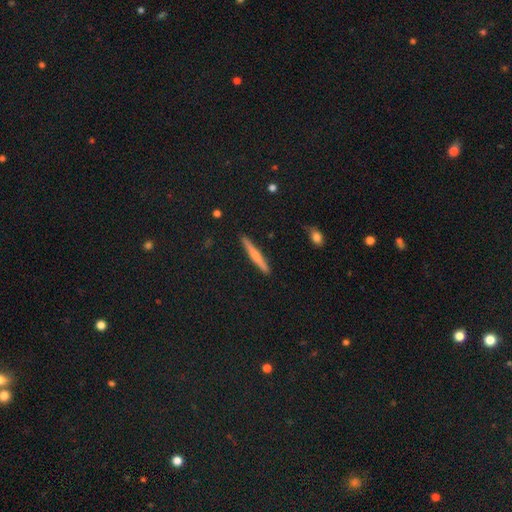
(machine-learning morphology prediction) smooth_or_featured: smooth (p=0.52) [alt: featured or disk p=0.40]
how_rounded: cigar-shaped (p=0.94) [alt: in between p=0.04]
merging: none (p=0.90) [alt: minor disturbance p=0.07]